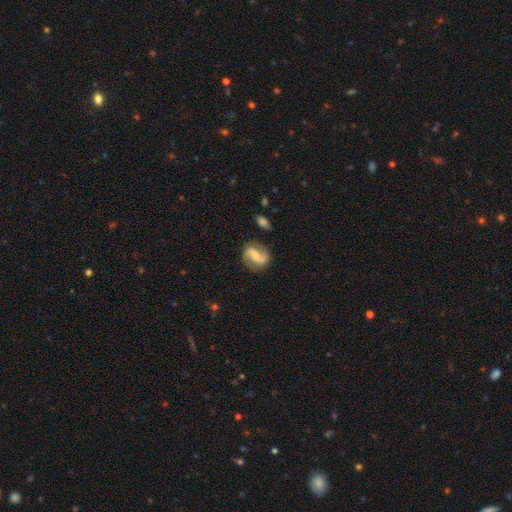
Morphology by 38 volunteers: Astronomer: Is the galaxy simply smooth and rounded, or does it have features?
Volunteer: featured or disk — 82%.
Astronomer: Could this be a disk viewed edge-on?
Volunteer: no — 100%.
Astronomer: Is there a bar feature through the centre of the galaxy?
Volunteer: weak — 48% (runner-up: strong, 26%).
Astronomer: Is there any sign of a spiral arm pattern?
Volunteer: yes — 100%.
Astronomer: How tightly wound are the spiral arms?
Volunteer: loose — 61%.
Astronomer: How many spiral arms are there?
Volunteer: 2 — 97%.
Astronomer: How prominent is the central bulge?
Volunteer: small — 65%.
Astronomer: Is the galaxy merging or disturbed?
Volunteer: none — 77%.